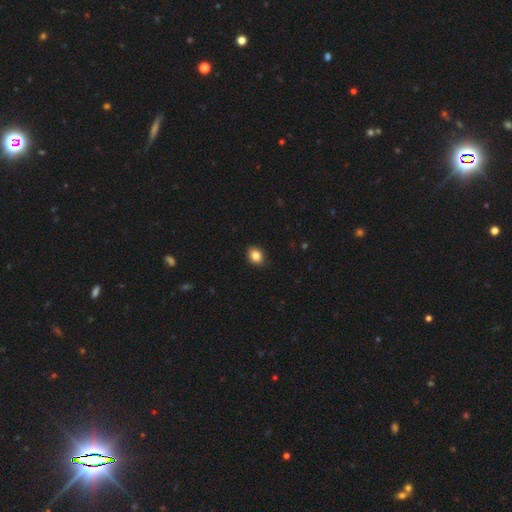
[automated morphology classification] Overall: smooth (85%). How rounded: in between (56%; round 43%). Merging: none (89%).